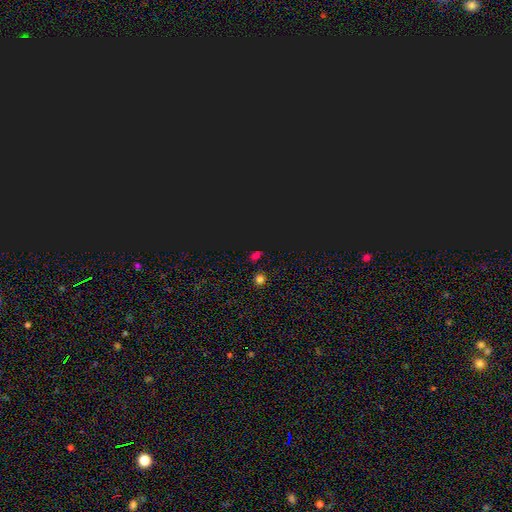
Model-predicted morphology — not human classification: Smooth or featured?
  - star or artifact: 54% *
  - smooth: 39%
  - featured or disk: 7%